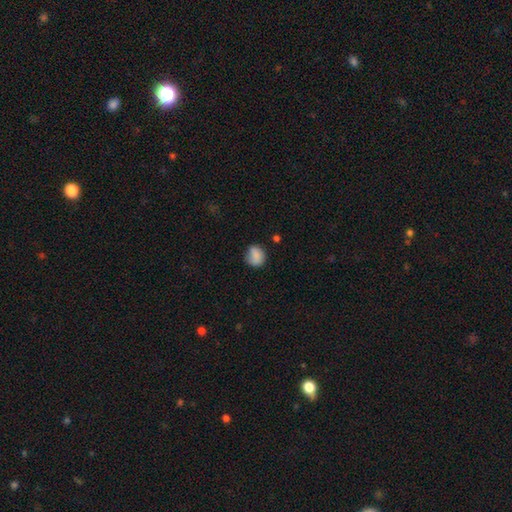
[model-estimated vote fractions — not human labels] Morphology: type=smooth (83%); roundness=round (72%); merging=none (66%).